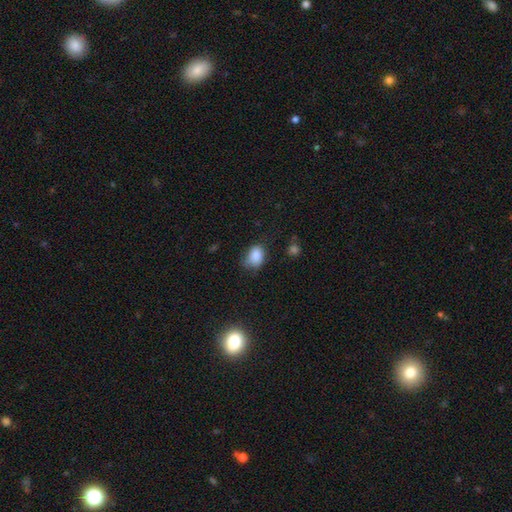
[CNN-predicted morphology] type=smooth (85%); roundness=in between (72%); merging=none (56%).